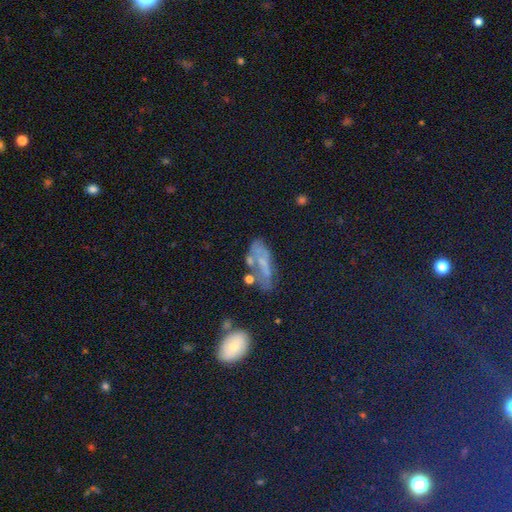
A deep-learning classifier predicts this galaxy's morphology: Q: Smooth or featured?
A: smooth (41%); runner-up: featured or disk (33%)
Q: Merging?
A: none (46%); runner-up: minor disturbance (25%)